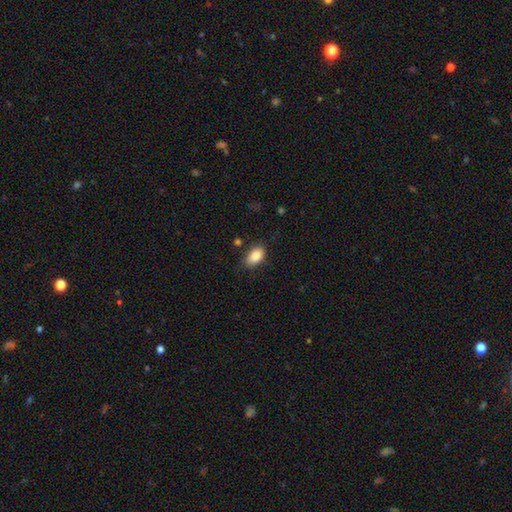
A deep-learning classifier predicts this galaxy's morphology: A smooth galaxy with no disk features (85%) that is in between round and cigar-shaped (89%). Merging: none (76%).